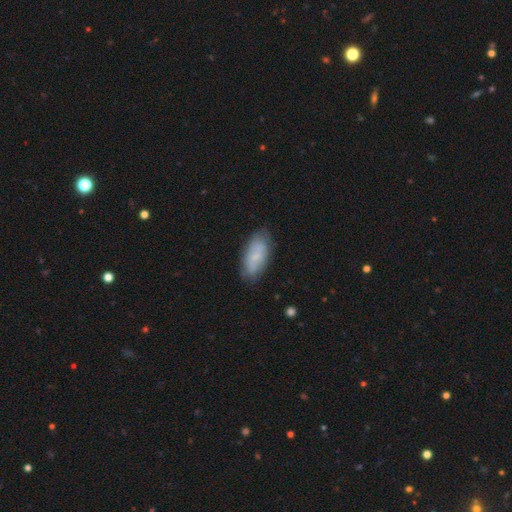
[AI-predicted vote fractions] smooth-or-featured: smooth: 64% | featured or disk: 29% | star or artifact: 7%
  how-rounded: in between: 89% | cigar-shaped: 8% | round: 3%
  merging: none: 74% | minor disturbance: 19% | major disturbance: 5% | merger: 2%